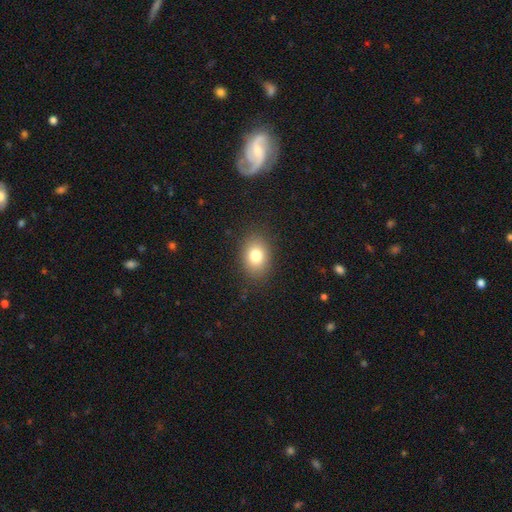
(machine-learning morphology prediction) smooth_or_featured: smooth (p=0.79) [alt: star or artifact p=0.11]
how_rounded: in between (p=0.66) [alt: round p=0.33]
merging: none (p=0.87) [alt: minor disturbance p=0.09]